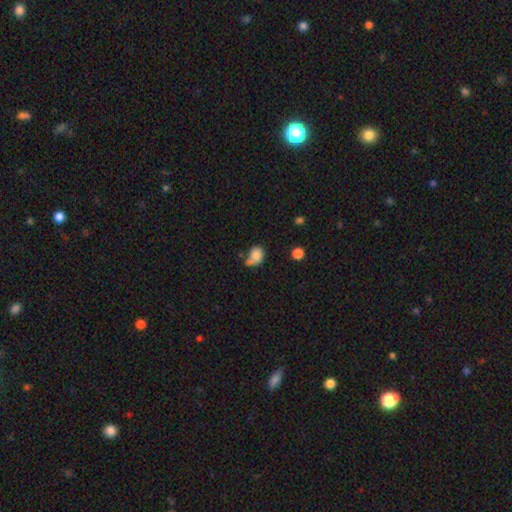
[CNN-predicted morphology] smooth-or-featured: smooth: 81% | star or artifact: 10% | featured or disk: 10%
  how-rounded: in between: 50% | round: 49% | cigar-shaped: 1%
  merging: none: 36% | minor disturbance: 27% | merger: 22% | major disturbance: 15%